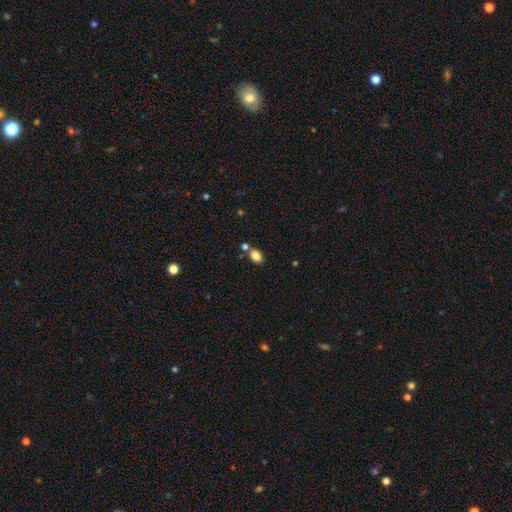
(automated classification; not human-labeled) smooth_or_featured: smooth (p=0.84) [alt: star or artifact p=0.10]
how_rounded: in between (p=0.80) [alt: round p=0.19]
merging: none (p=0.68) [alt: merger p=0.18]